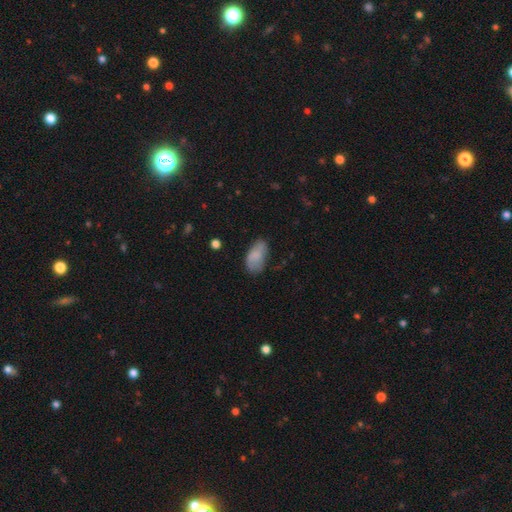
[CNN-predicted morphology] The model was most divided on "merging": none: 63%, minor disturbance: 27%, major disturbance: 8%, merger: 2%. More confident: how rounded — in between (94%); smooth or featured — smooth (79%).